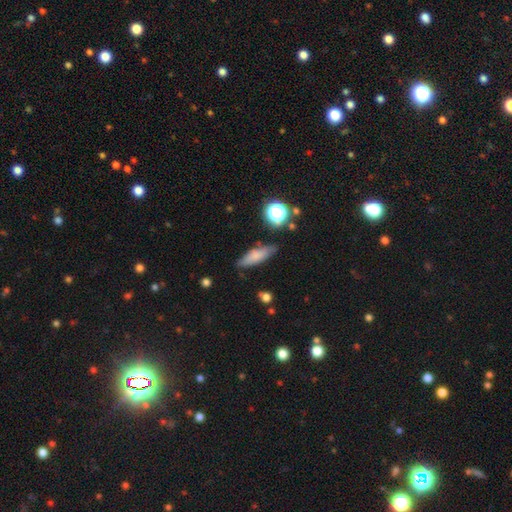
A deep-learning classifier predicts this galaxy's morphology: This is likely a smooth galaxy (72%). How rounded: possibly cigar-shaped (49%). Merging: likely none (75%).